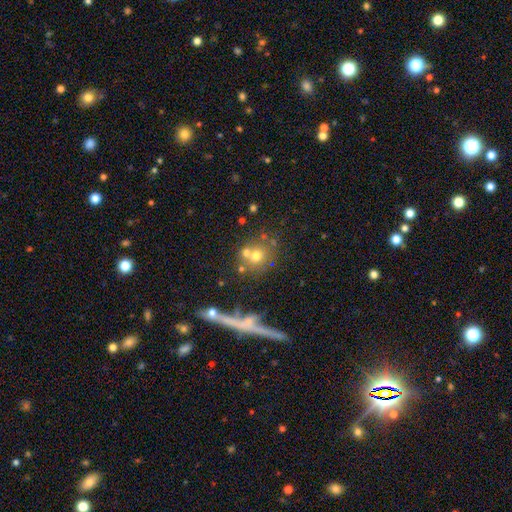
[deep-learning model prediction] This is likely a smooth galaxy (62%). How rounded: clearly round (85%). Merging: possibly none (55%).